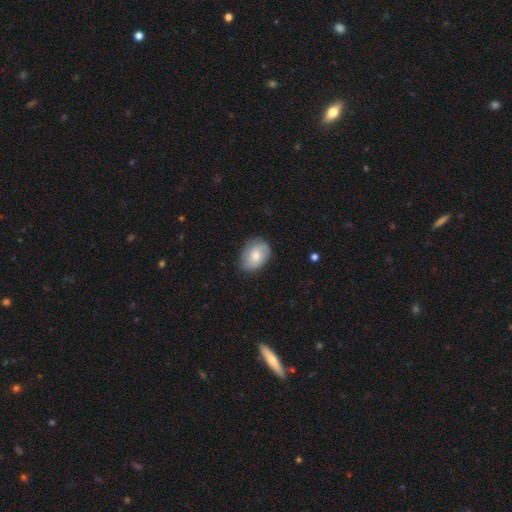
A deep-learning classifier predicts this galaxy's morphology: Smooth or featured? Predicted: smooth (p=0.71). How rounded? Predicted: in between (p=0.73). Merging? Predicted: none (p=0.73).